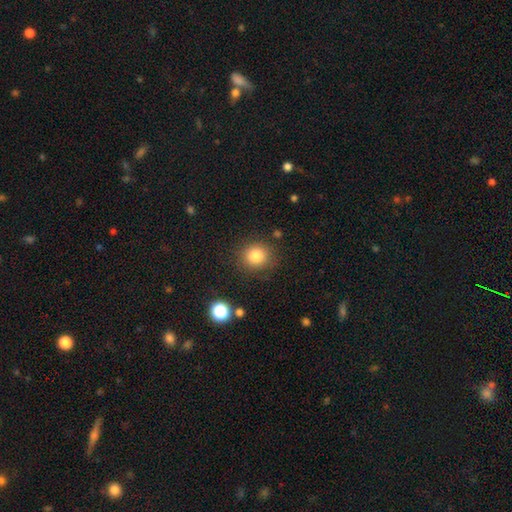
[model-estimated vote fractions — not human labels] The model was most divided on "smooth or featured": smooth: 83%, star or artifact: 11%, featured or disk: 6%. More confident: how rounded — round (87%); merging — none (85%).